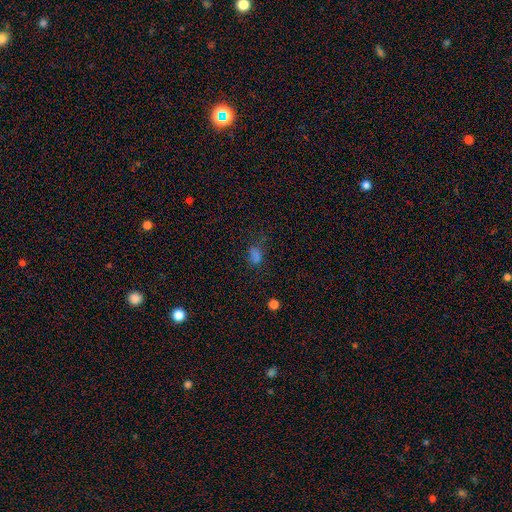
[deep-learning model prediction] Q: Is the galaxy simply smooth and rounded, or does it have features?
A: smooth — 66%.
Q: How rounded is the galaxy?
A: in between — 75%.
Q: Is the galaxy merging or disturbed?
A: none — 52%.